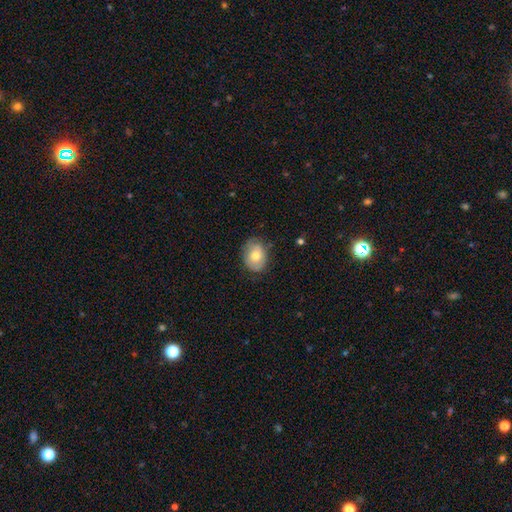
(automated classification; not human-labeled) Smooth or featured? Predicted: smooth (p=0.66). How rounded? Predicted: in between (p=0.59). Merging? Predicted: none (p=0.71).